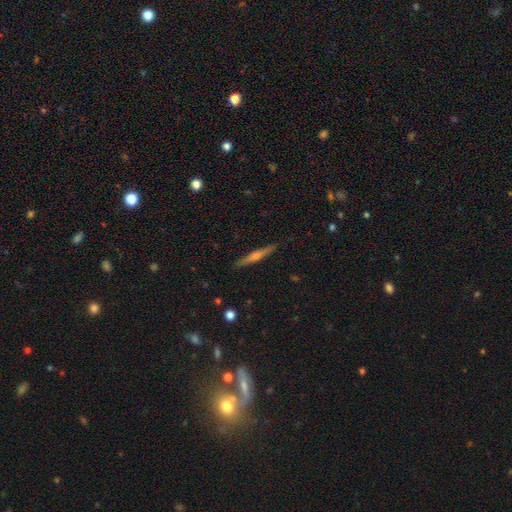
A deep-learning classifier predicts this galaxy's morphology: This appears to be a featured or disk galaxy (66%) viewed edge-on (98%) with a rounded central bulge (79%). Merging: none (91%).